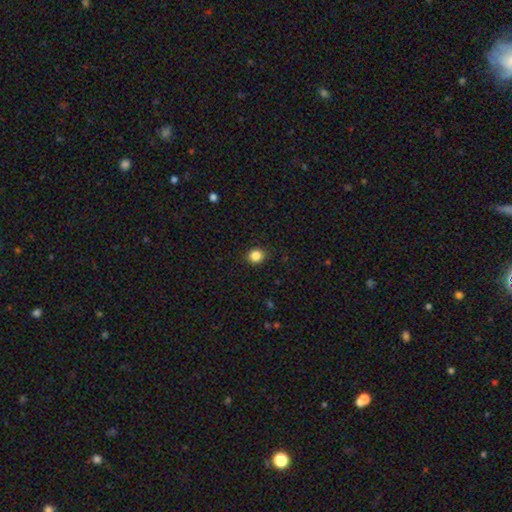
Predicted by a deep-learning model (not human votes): smooth_or_featured: smooth (p=0.85) [alt: star or artifact p=0.11]
how_rounded: round (p=0.81) [alt: in between p=0.18]
merging: none (p=0.90) [alt: minor disturbance p=0.07]